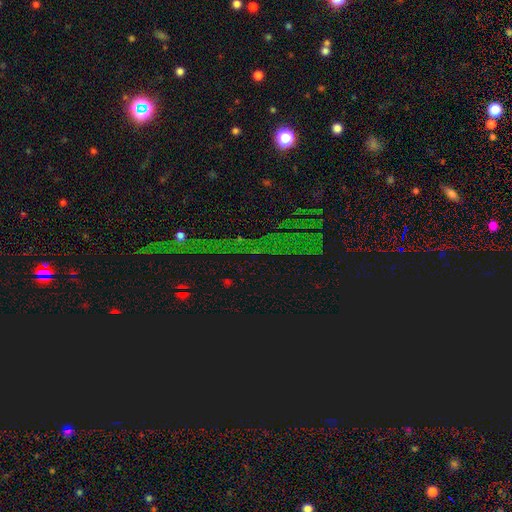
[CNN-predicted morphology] Overall: star or artifact (80%).